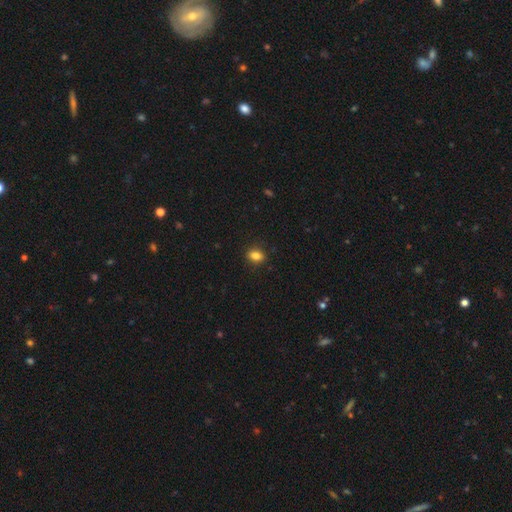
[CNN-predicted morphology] smooth_or_featured: smooth (p=0.83) [alt: star or artifact p=0.10]
how_rounded: in between (p=0.74) [alt: round p=0.24]
merging: none (p=0.86) [alt: minor disturbance p=0.10]